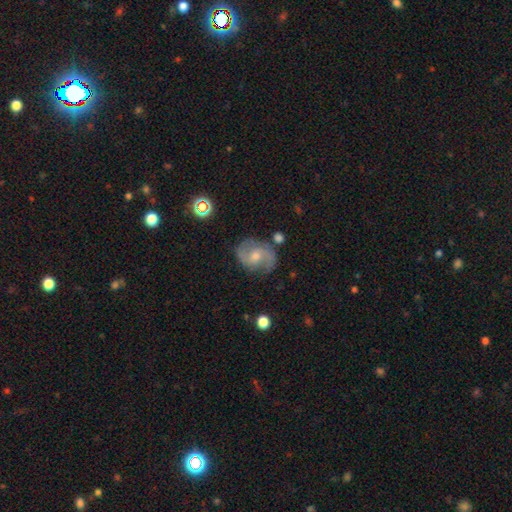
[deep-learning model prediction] smooth_or_featured: featured or disk (p=0.78) [alt: smooth p=0.15]
disk_edge_on: no (p=0.97) [alt: yes p=0.03]
bar: no (p=0.52) [alt: weak p=0.40]
has_spiral_arms: yes (p=0.94) [alt: no p=0.06]
spiral_winding: medium (p=0.54) [alt: loose p=0.25]
spiral_arm_count: 2 (p=0.87) [alt: can't tell p=0.06]
bulge_size: moderate (p=0.54) [alt: small p=0.37]
merging: none (p=0.74) [alt: minor disturbance p=0.17]